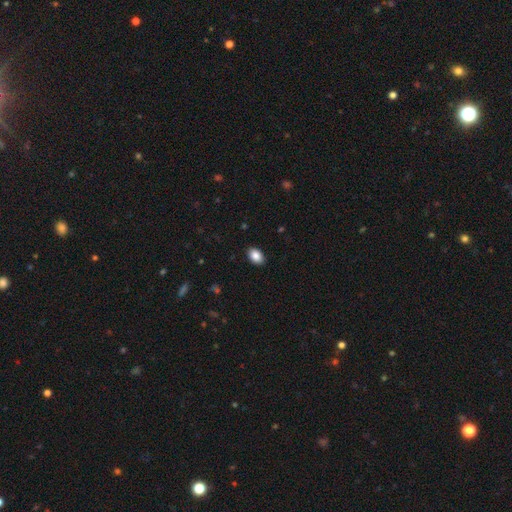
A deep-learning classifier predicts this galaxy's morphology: Smooth or featured: smooth — 88% (star or artifact — 7%)
How rounded: in between — 85% (round — 14%)
Merging: none — 90% (minor disturbance — 7%)